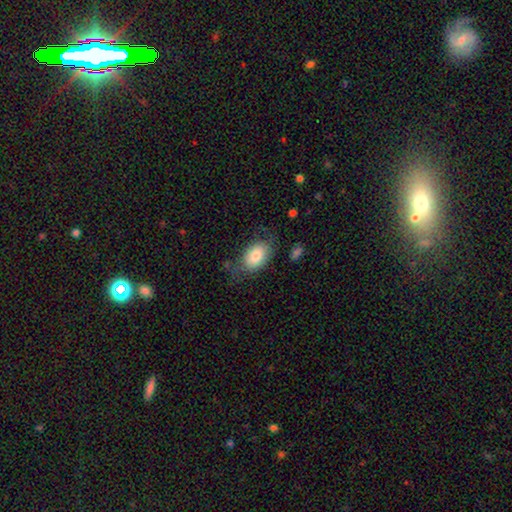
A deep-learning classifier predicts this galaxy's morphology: type=smooth (80%); roundness=in between (88%); merging=none (60%).